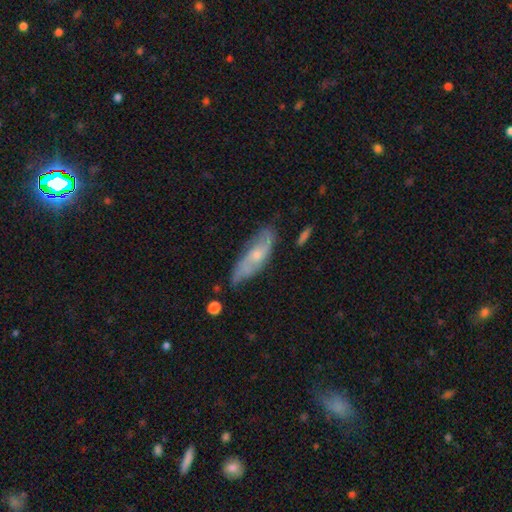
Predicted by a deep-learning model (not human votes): Smooth or featured?
  - featured or disk: 62% *
  - smooth: 31%
  - star or artifact: 7%
Edge-on disk?
  - no: 78% *
  - yes: 22%
Merging?
  - none: 66% *
  - minor disturbance: 25%
  - major disturbance: 6%
  - merger: 2%